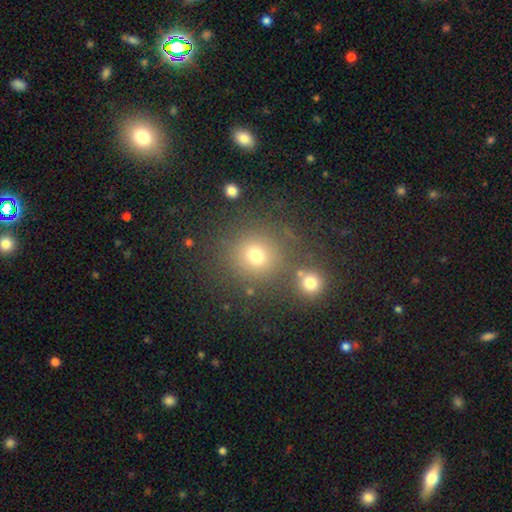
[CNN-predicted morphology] Smooth or featured?
  - smooth: 72% *
  - star or artifact: 19%
  - featured or disk: 9%
How rounded?
  - round: 87% *
  - in between: 12%
  - cigar-shaped: 1%
Merging?
  - none: 74% *
  - merger: 13%
  - minor disturbance: 9%
  - major disturbance: 4%